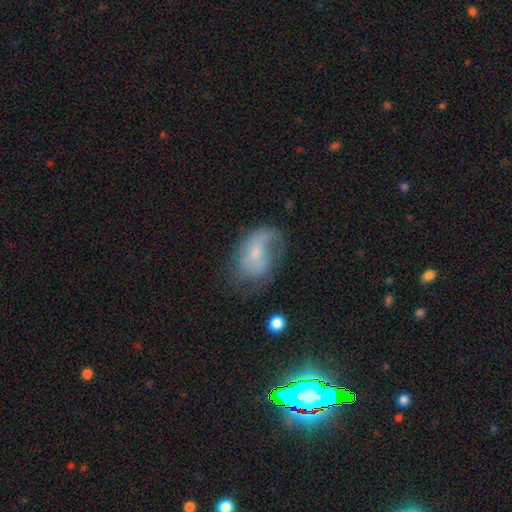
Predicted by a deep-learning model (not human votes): smooth-or-featured: featured or disk: 53% | smooth: 38% | star or artifact: 9%
  disk-edge-on: no: 97% | yes: 3%
    bar: no: 60% | weak: 34% | strong: 6%
    has-spiral-arms: yes: 71% | no: 29%
    bulge-size: small: 53% | moderate: 26% | none: 17% | large: 3% | dominant: 1%
  merging: none: 37% | major disturbance: 32% | minor disturbance: 27% | merger: 4%